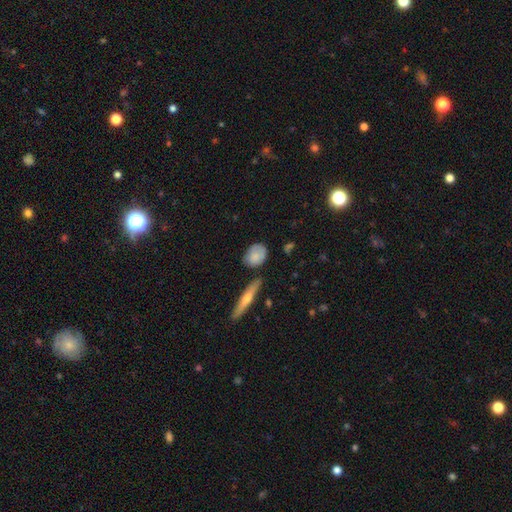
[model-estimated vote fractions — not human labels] This appears to be a smooth galaxy with no disk features (74%) that is in between round and cigar-shaped (50%). Merging: none (68%).